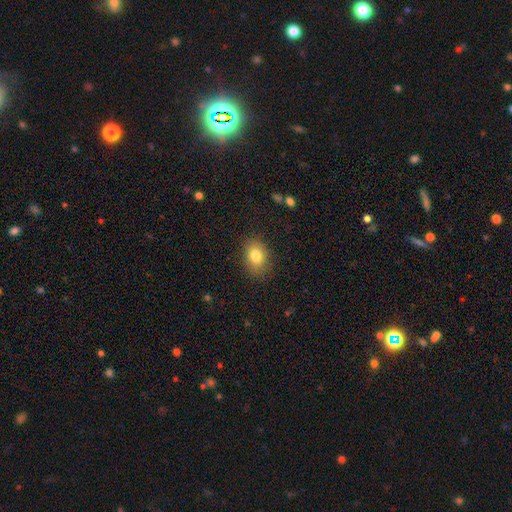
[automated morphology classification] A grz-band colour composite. It shows a smooth galaxy with no disk features (82%) that is in between round and cigar-shaped (70%). Merging: none (83%).